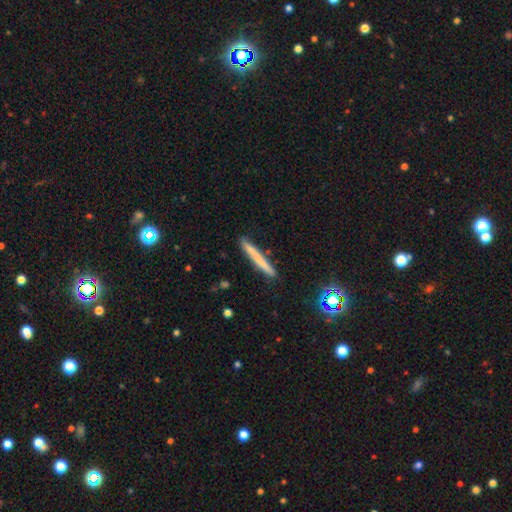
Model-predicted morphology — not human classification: smooth-or-featured: smooth: 64% | featured or disk: 27% | star or artifact: 9%
  how-rounded: cigar-shaped: 96% | in between: 2% | round: 1%
  merging: none: 88% | minor disturbance: 9% | merger: 2% | major disturbance: 2%